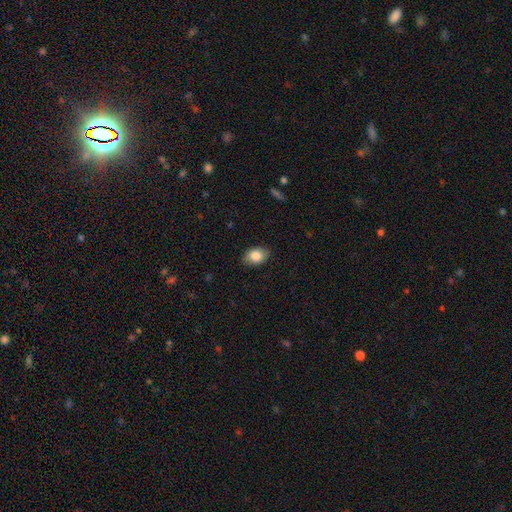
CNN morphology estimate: Q: Smooth or featured?
A: smooth (85%); runner-up: featured or disk (8%)
Q: How rounded?
A: in between (84%); runner-up: round (15%)
Q: Merging?
A: none (85%); runner-up: minor disturbance (12%)